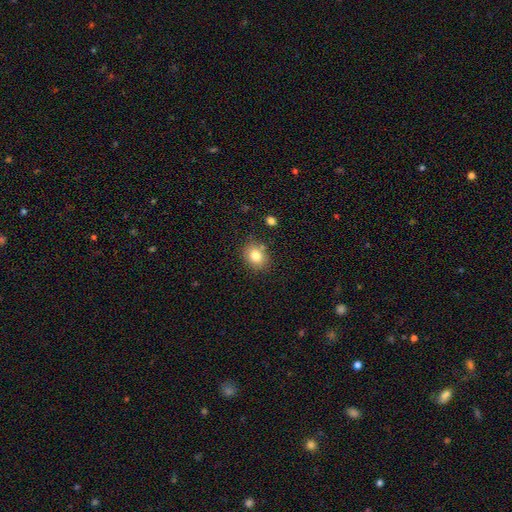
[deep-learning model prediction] smooth 81%, star or artifact 10%, featured or disk 8%. Down the decision tree: how rounded — round (56%); merging — none (79%).